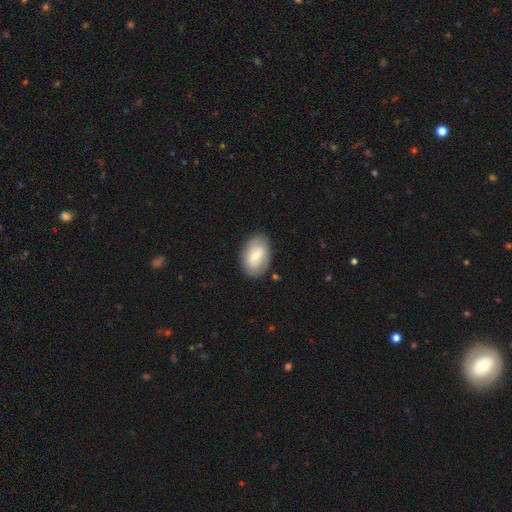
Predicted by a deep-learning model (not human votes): The model was most divided on "smooth or featured": smooth: 62%, featured or disk: 31%, star or artifact: 6%. More confident: how rounded — in between (89%); merging — none (82%).